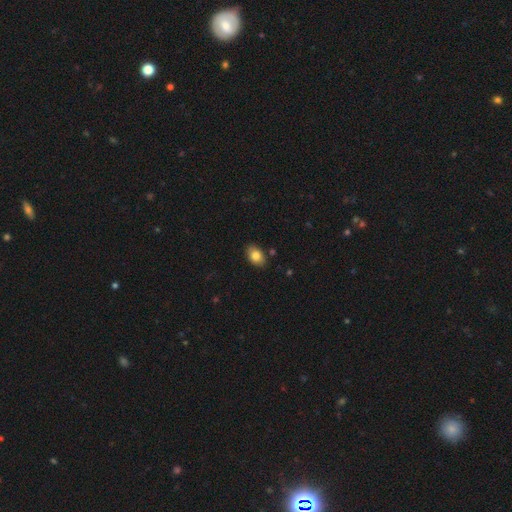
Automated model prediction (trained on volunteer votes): smooth_or_featured: smooth (p=0.82) [alt: featured or disk p=0.09]
how_rounded: in between (p=0.86) [alt: round p=0.13]
merging: none (p=0.85) [alt: minor disturbance p=0.11]